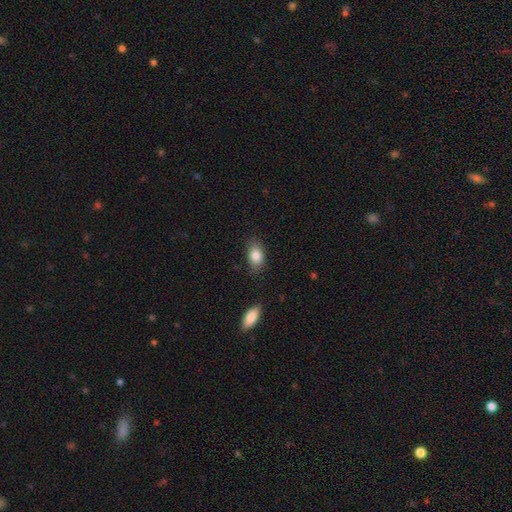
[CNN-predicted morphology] smooth 84%, featured or disk 8%, star or artifact 8%. Down the decision tree: how rounded — in between (87%); merging — none (77%).